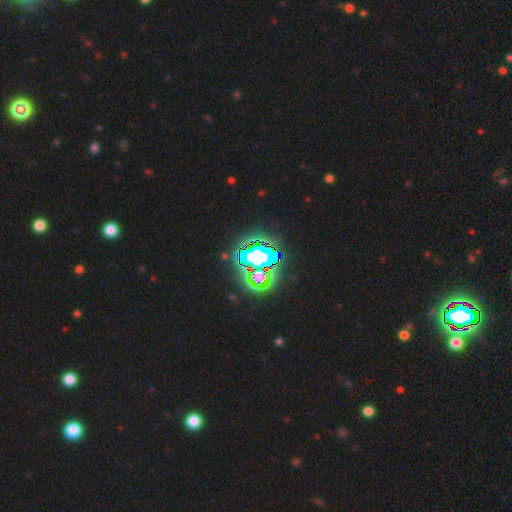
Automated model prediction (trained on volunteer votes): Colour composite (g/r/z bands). It shows a star or artifact, not a galaxy (71%).